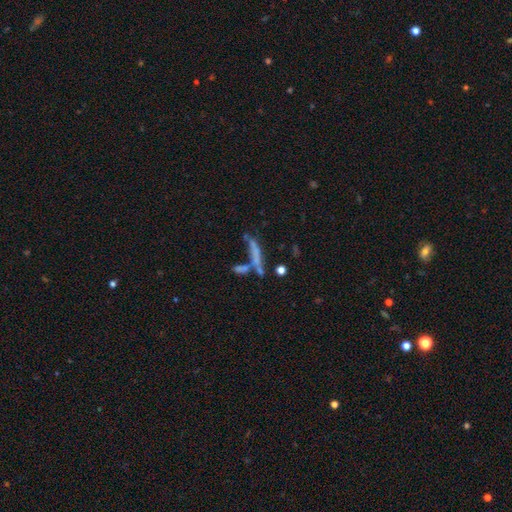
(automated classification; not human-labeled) This is marginally a smooth galaxy (44%). Merging: marginally merger (36%).